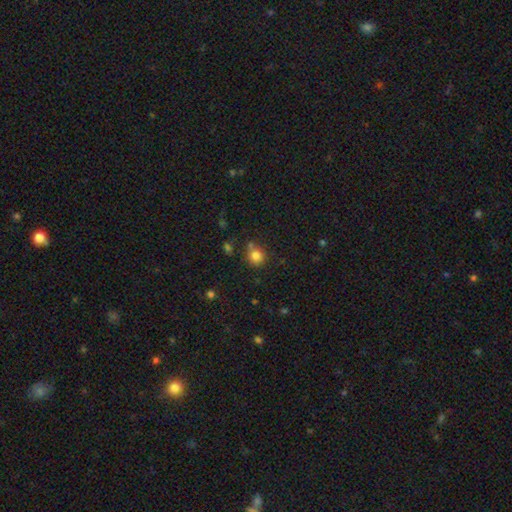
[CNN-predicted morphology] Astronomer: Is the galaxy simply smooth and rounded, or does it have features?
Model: smooth — 81%.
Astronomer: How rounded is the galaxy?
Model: round — 85%.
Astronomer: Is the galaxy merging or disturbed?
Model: none — 69%.